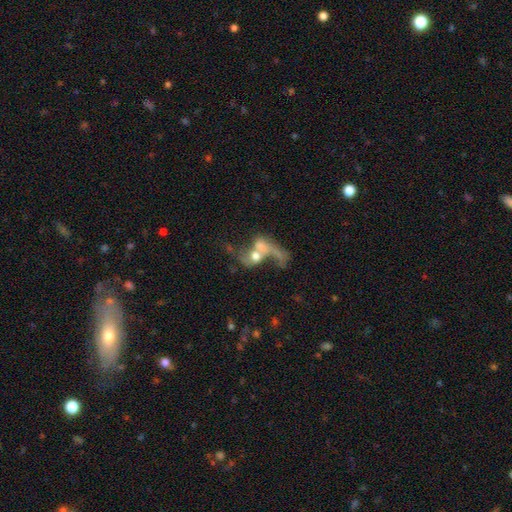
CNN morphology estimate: smooth-or-featured: featured or disk: 57% | smooth: 32% | star or artifact: 10%
  disk-edge-on: no: 95% | yes: 5%
    bar: no: 72% | weak: 21% | strong: 7%
    has-spiral-arms: yes: 60% | no: 40%
    bulge-size: moderate: 48% | large: 23% | small: 15% | none: 9% | dominant: 5%
  merging: merger: 60% | major disturbance: 21% | none: 12% | minor disturbance: 6%